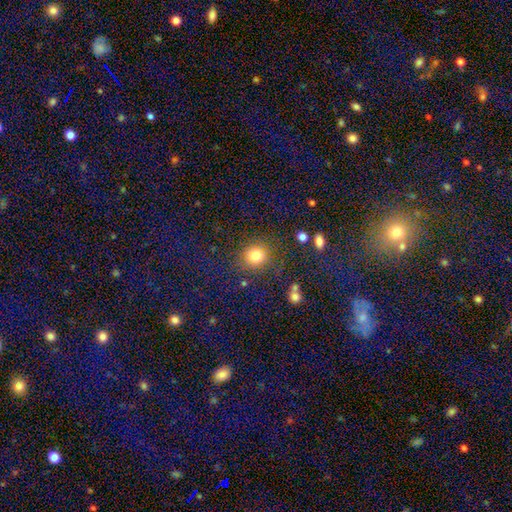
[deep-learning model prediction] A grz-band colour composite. It shows a smooth galaxy with no disk features (81%) that is round (85%). Merging: none (79%).